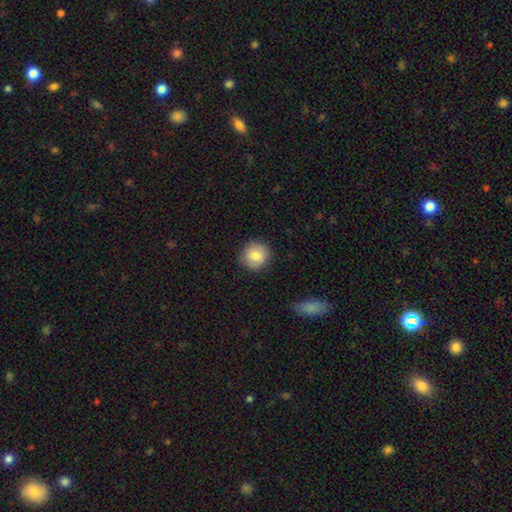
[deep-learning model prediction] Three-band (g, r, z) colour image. It shows a smooth galaxy with no disk features (81%) that is round (92%). Merging: none (88%).